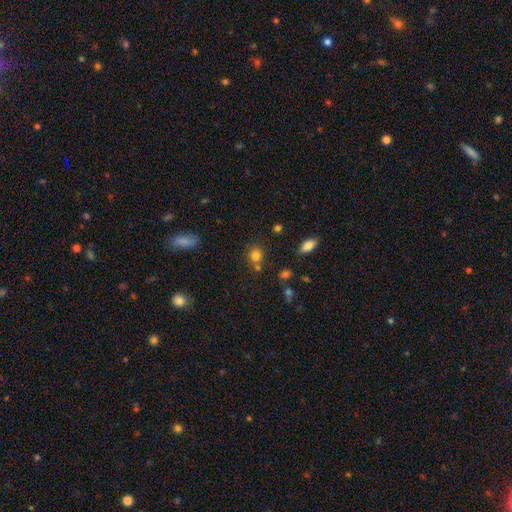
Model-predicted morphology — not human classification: smooth 79%, star or artifact 14%, featured or disk 7%. Down the decision tree: how rounded — round (72%); merging — none (64%).